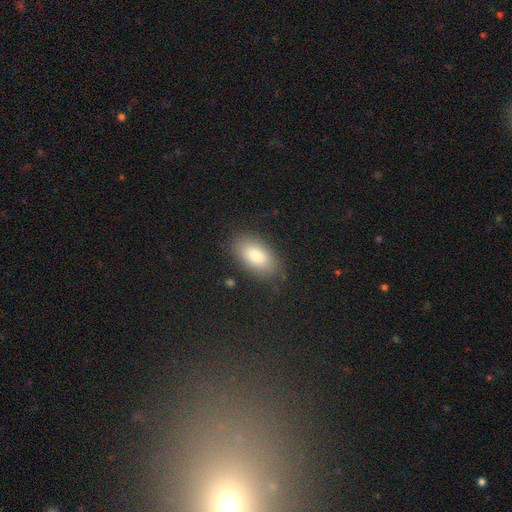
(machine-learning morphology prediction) A smooth galaxy with no disk features (82%) that is in between round and cigar-shaped (93%).

Vote fractions:
- Smooth or featured? smooth: 82% / featured or disk: 10% / star or artifact: 7%
- How rounded? in between: 93% / round: 4% / cigar-shaped: 2%
- Merging? none: 81% / minor disturbance: 13% / major disturbance: 5% / merger: 1%